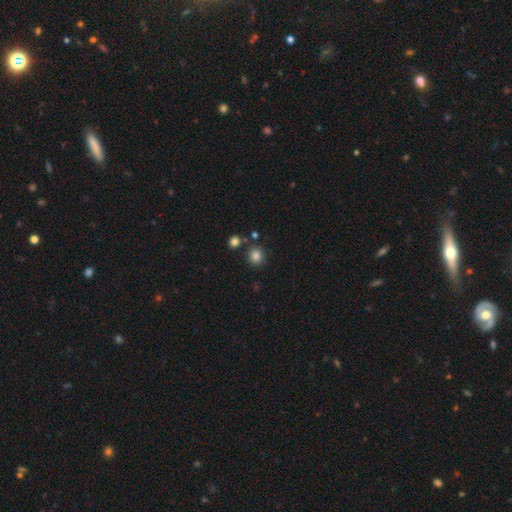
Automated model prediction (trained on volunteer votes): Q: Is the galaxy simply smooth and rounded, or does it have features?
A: smooth — 84%.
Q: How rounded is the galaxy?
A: round — 86%.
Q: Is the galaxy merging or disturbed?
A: none — 81%.